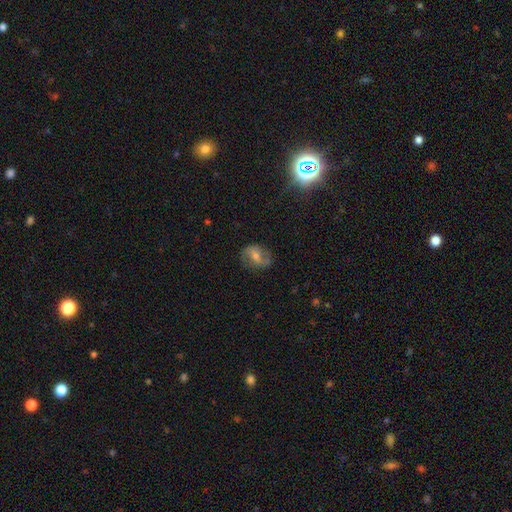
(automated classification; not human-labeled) This is possibly a featured or disk galaxy (58%). It is clearly not viewed edge-on (95%). Bar: marginally weak (43%). Spiral arm pattern: clearly yes (82%). Central bulge: possibly moderate (53%). Merging: likely none (76%).